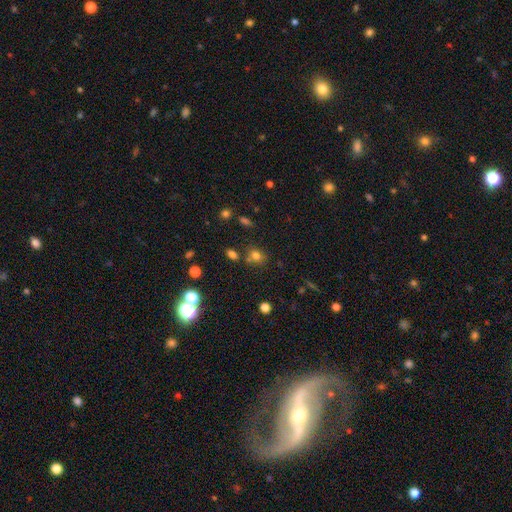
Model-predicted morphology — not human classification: This is likely a smooth galaxy (72%). How rounded: likely round (61%). Merging: likely none (64%).